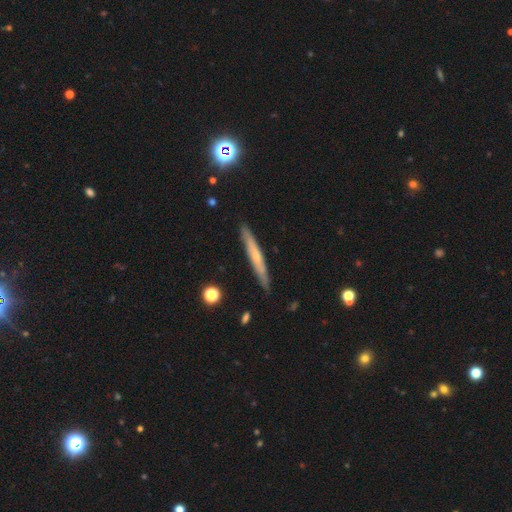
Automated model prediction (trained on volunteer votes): Smooth or featured? Predicted: featured or disk (p=0.51). Edge-on disk? Predicted: yes (p=0.91). Merging? Predicted: none (p=0.89).